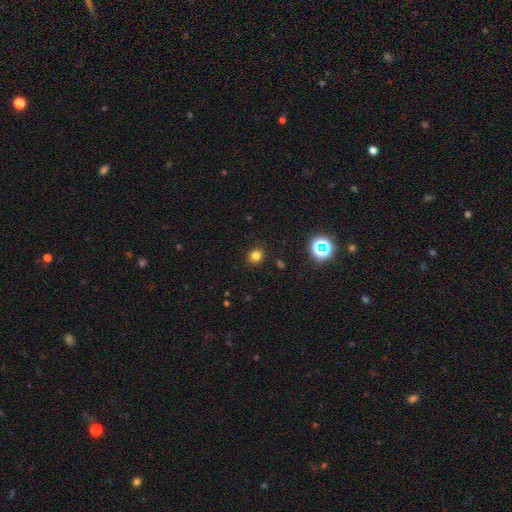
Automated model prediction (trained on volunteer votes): Overall: smooth (78%). How rounded: round (86%). Merging: none (90%).